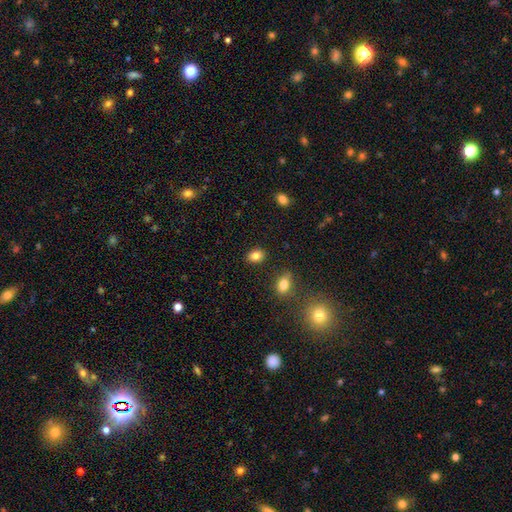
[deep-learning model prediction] Smooth or featured? Predicted: smooth (p=0.84). How rounded? Predicted: in between (p=0.71). Merging? Predicted: none (p=0.87).